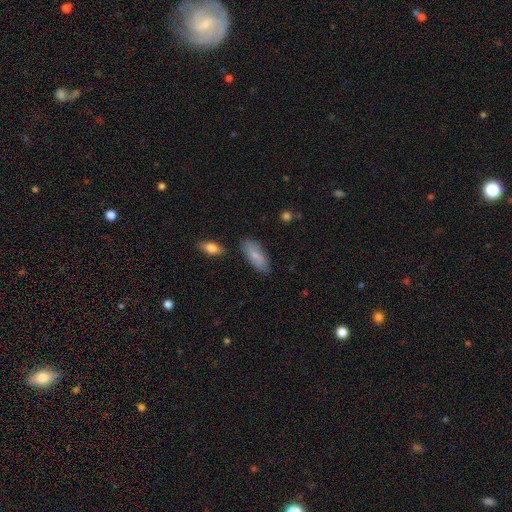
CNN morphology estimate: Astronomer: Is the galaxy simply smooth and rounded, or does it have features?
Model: smooth — 75%.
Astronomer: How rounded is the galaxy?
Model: in between — 77%.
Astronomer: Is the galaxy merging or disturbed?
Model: none — 78%.